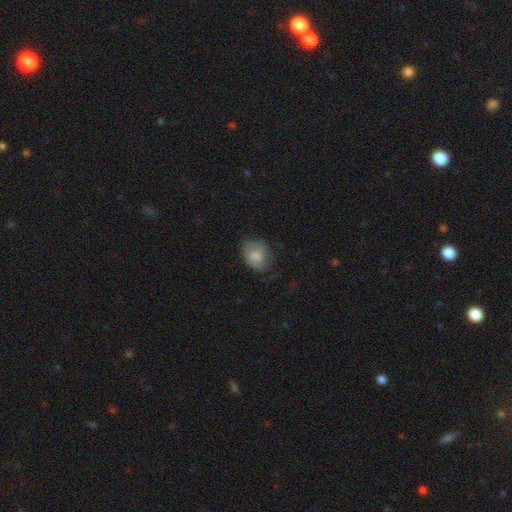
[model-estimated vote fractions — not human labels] Smooth or featured? Predicted: smooth (p=0.74). How rounded? Predicted: in between (p=0.62). Merging? Predicted: none (p=0.57).